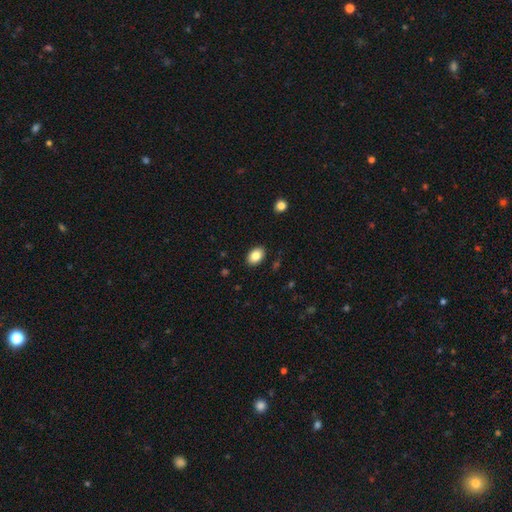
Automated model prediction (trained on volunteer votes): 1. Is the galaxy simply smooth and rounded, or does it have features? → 85% smooth, 8% star or artifact, 7% featured or disk.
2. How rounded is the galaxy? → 83% in between, 16% round, 1% cigar-shaped.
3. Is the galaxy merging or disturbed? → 89% none, 8% minor disturbance, 2% major disturbance, 1% merger.